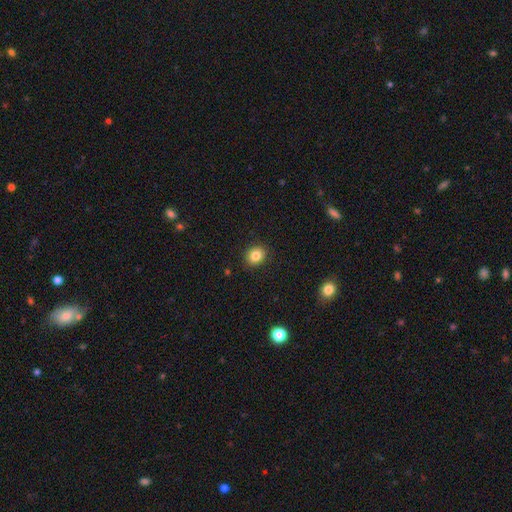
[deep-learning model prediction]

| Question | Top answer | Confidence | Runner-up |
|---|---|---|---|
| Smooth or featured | smooth | 84% | star or artifact (10%) |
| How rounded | round | 65% | in between (34%) |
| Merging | none | 90% | minor disturbance (7%) |